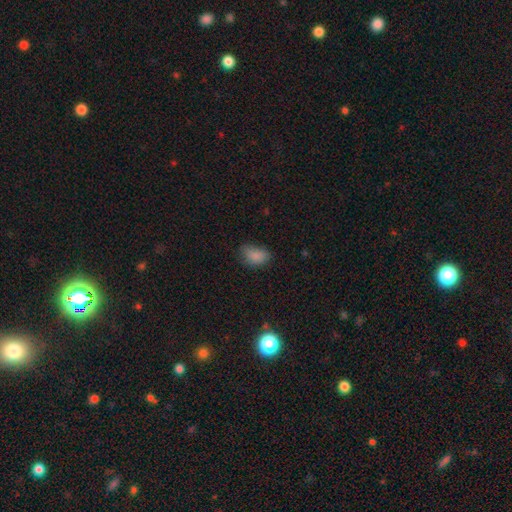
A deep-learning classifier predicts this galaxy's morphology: A smooth galaxy with no disk features (85%) that is in between round and cigar-shaped (87%).

Vote fractions:
- Smooth or featured? smooth: 85% / star or artifact: 10% / featured or disk: 5%
- How rounded? in between: 87% / round: 12% / cigar-shaped: 2%
- Merging? none: 62% / minor disturbance: 29% / major disturbance: 8% / merger: 2%